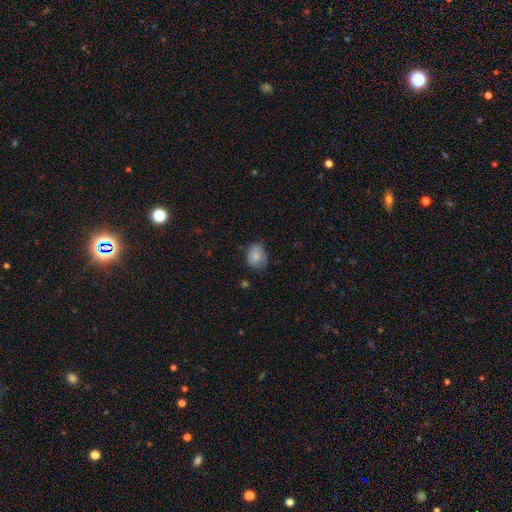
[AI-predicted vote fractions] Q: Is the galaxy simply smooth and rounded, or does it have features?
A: smooth — 76%.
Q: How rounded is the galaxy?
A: in between — 53%.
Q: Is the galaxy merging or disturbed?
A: none — 65%.